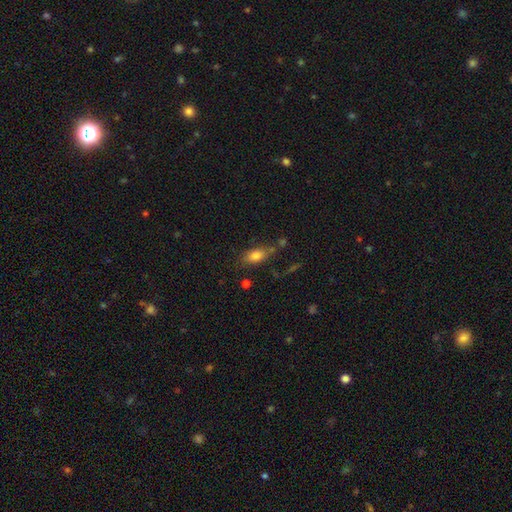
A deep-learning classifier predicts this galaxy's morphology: Overall: smooth (78%). How rounded: in between (83%). Merging: none (66%).